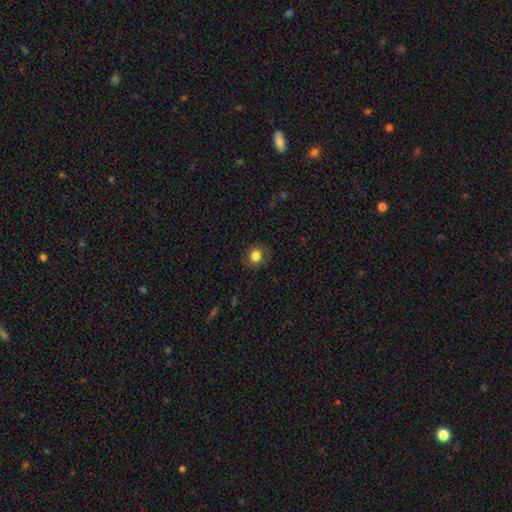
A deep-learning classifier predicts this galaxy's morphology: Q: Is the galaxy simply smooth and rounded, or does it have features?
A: smooth — 81%.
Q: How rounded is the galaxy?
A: round — 71%.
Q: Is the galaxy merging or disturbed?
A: none — 82%.